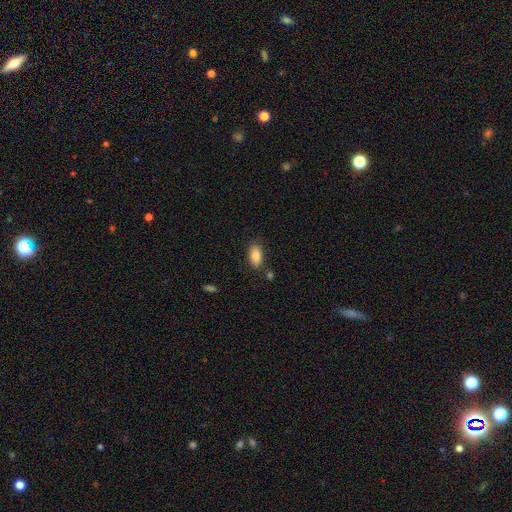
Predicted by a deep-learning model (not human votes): A smooth galaxy with no disk features (86%) that is in between round and cigar-shaped (91%). Merging: none (79%).